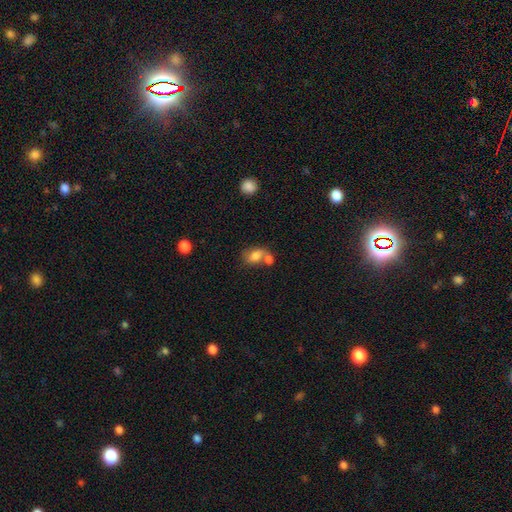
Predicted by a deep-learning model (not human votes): Morphology: type=smooth (72%); roundness=in between (74%); merging=merger (53%).